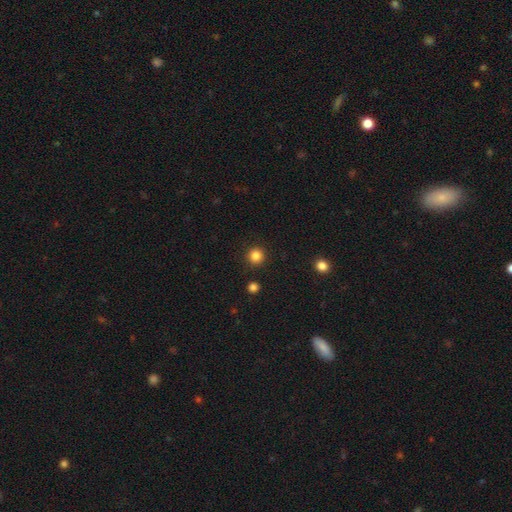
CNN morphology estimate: A smooth galaxy with no disk features (84%) that is round (95%).

Vote fractions:
- Smooth or featured? smooth: 84% / star or artifact: 12% / featured or disk: 4%
- How rounded? round: 95% / in between: 4% / cigar-shaped: 1%
- Merging? none: 92% / minor disturbance: 5% / major disturbance: 2% / merger: 2%